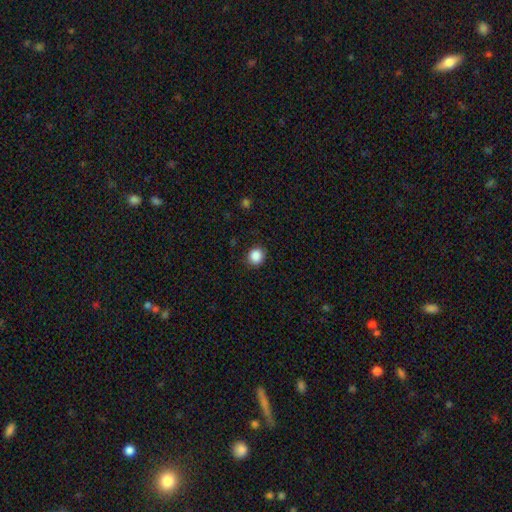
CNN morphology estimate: This appears to be a smooth galaxy with no disk features (88%) that is round (85%). Merging: none (89%).